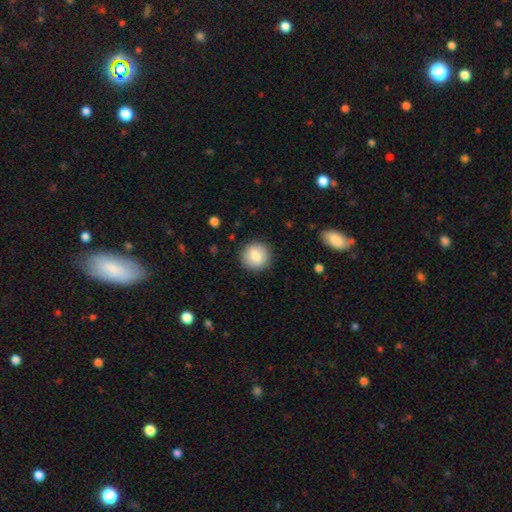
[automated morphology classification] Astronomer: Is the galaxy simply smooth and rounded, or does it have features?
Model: smooth — 81%.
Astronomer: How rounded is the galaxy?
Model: round — 92%.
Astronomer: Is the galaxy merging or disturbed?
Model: none — 89%.